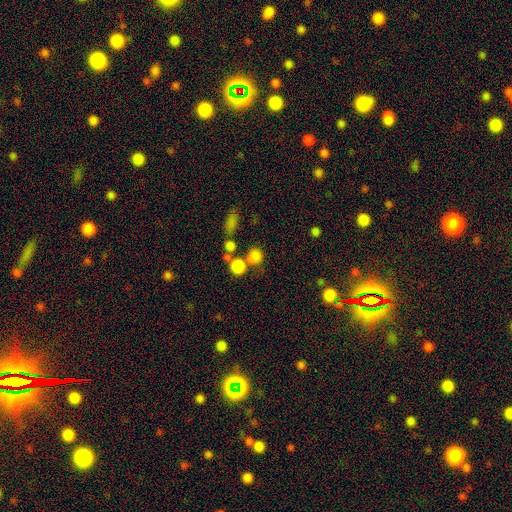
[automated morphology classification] This appears to be a smooth galaxy with no disk features (78%) that is round (82%). Merging: none (55%).